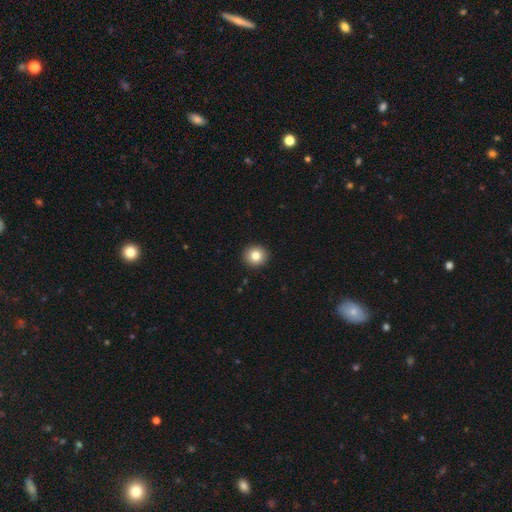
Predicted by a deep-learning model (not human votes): A smooth galaxy with no disk features (83%) that is round (92%). Merging: none (93%).